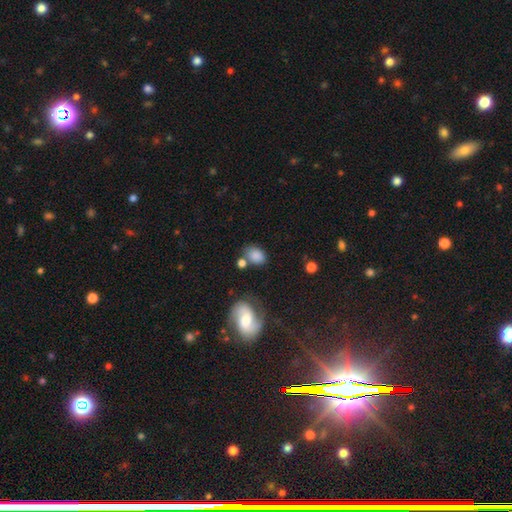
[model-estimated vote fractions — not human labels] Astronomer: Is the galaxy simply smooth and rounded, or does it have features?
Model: smooth — 79%.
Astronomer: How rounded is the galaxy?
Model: in between — 67%.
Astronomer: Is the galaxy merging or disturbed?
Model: none — 60%.